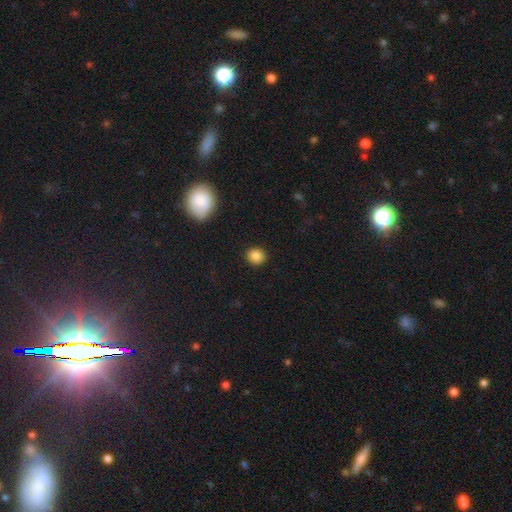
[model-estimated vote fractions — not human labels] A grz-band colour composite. It shows a smooth galaxy with no disk features (85%) that is round (85%). Merging: none (91%).